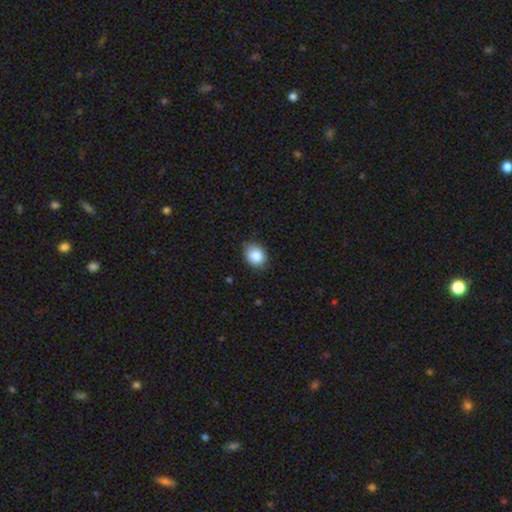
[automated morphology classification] Smooth or featured? smooth (86%)
How rounded? round (51%)
Merging? none (84%)